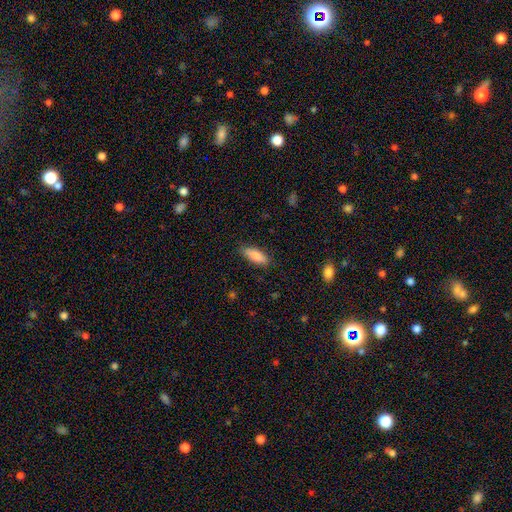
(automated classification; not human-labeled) This is clearly a smooth galaxy (87%). How rounded: likely in between (65%). Merging: clearly none (83%).